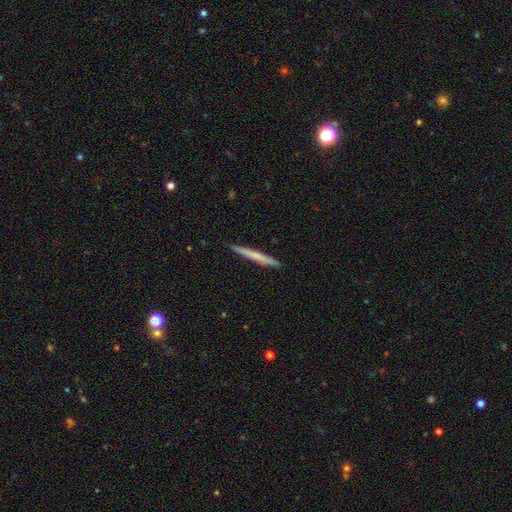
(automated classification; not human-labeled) Overall: smooth (57%; featured or disk 37%). How rounded: cigar-shaped (97%). Merging: none (92%).